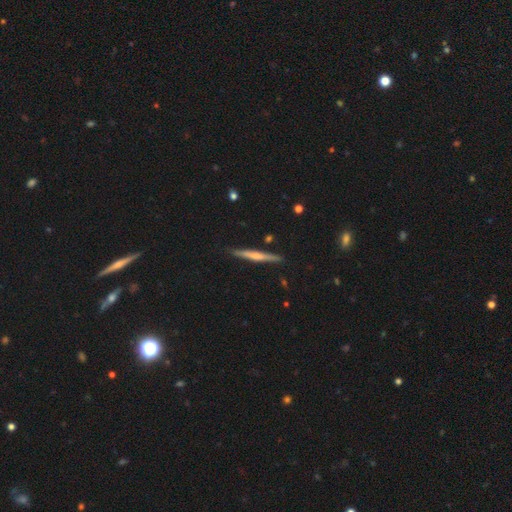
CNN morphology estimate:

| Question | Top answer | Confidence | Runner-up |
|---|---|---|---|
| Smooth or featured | featured or disk | 55% | smooth (40%) |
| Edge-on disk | yes | 97% | no (3%) |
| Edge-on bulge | rounded | 52% | none (36%) |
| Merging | none | 89% | minor disturbance (8%) |